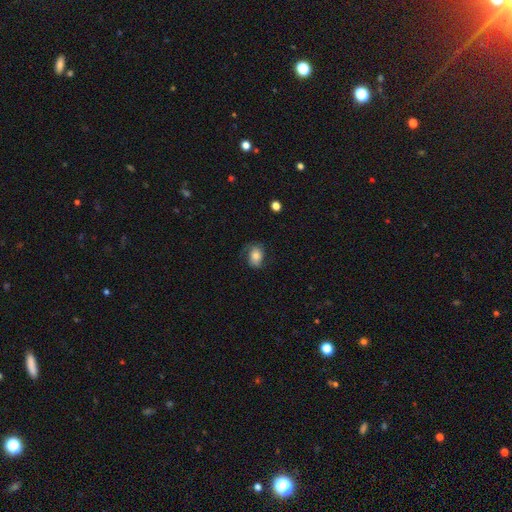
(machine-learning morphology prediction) smooth_or_featured: smooth (p=0.62) [alt: featured or disk p=0.28]
how_rounded: in between (p=0.71) [alt: round p=0.28]
merging: none (p=0.58) [alt: minor disturbance p=0.25]